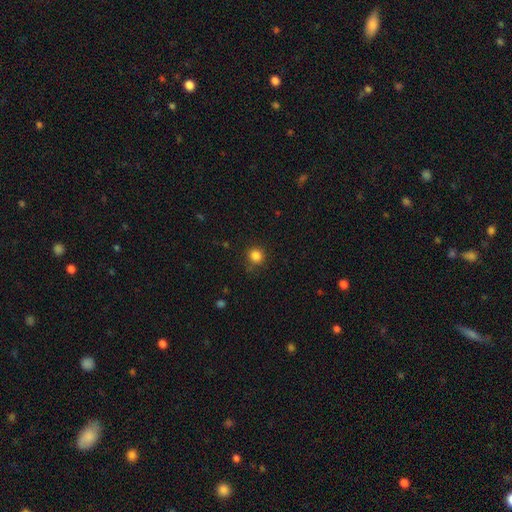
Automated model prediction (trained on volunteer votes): Morphology: type=smooth (84%); roundness=round (90%); merging=none (84%).